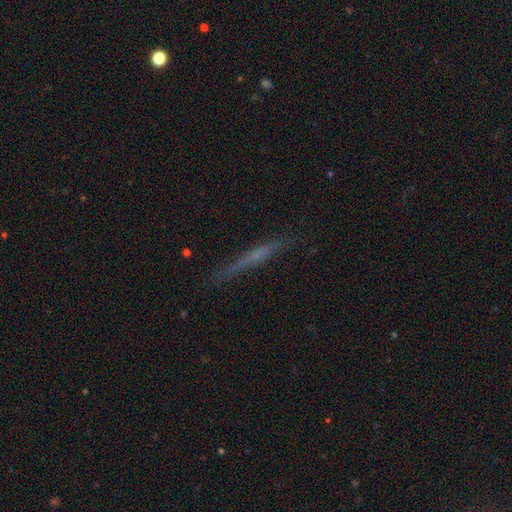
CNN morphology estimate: Smooth or featured? featured or disk (52%)
Edge-on disk? yes (94%)
Merging? none (83%)